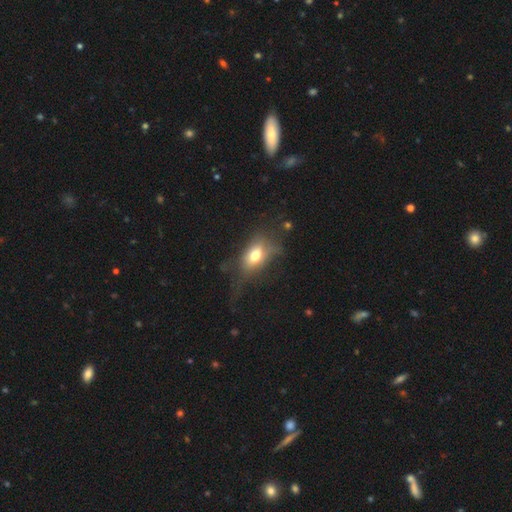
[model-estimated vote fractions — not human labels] Smooth or featured? smooth (67%)
How rounded? in between (82%)
Merging? none (43%)